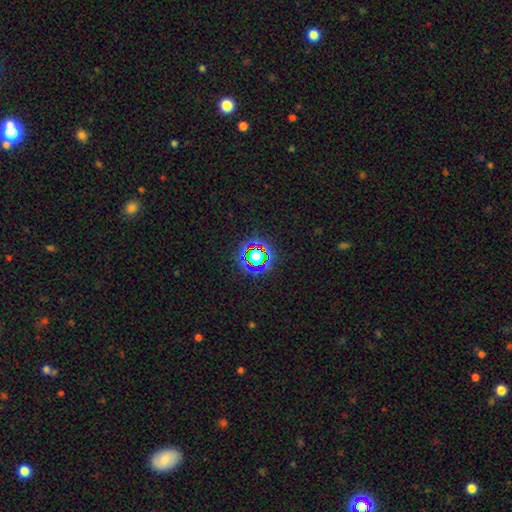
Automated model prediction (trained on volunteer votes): Smooth or featured: star or artifact — 60% (smooth — 28%)